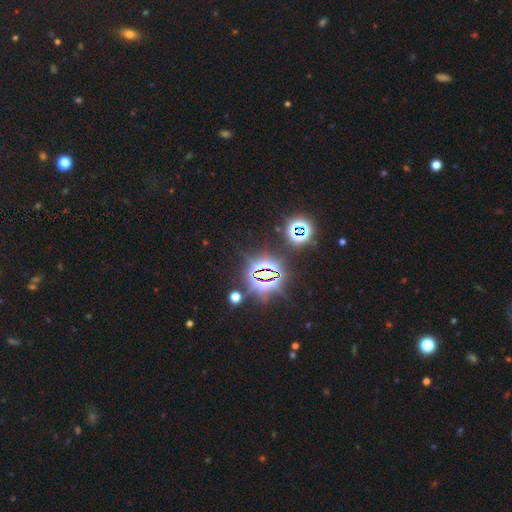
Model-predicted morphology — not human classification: Smooth or featured: star or artifact — 85% (smooth — 9%)